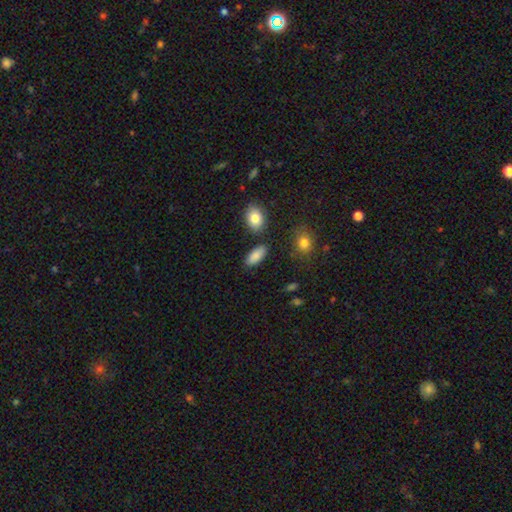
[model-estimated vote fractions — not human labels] Smooth or featured: smooth — 87% (star or artifact — 7%)
How rounded: in between — 87% (cigar-shaped — 9%)
Merging: none — 83% (minor disturbance — 10%)